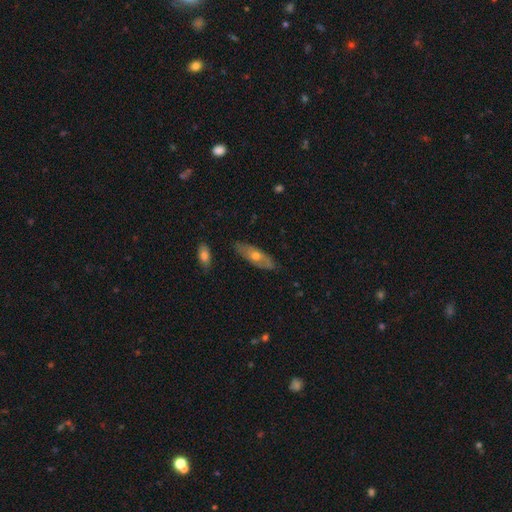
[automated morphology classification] A featured or disk galaxy (52%). Merging: none (83%).